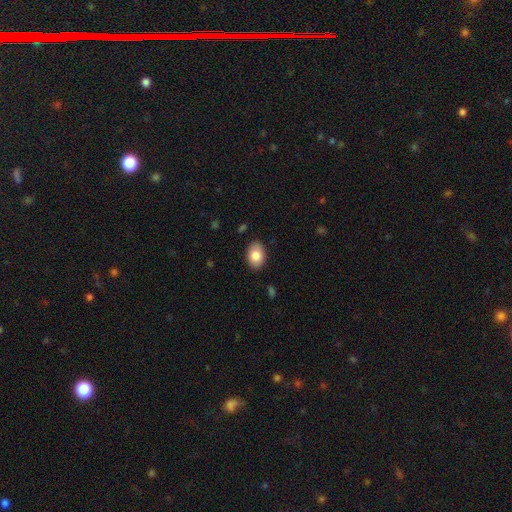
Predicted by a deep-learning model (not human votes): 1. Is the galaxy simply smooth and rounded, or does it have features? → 84% smooth, 9% featured or disk, 7% star or artifact.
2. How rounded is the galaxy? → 85% in between, 14% round, 1% cigar-shaped.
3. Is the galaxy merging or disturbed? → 87% none, 10% minor disturbance, 2% major disturbance, 1% merger.